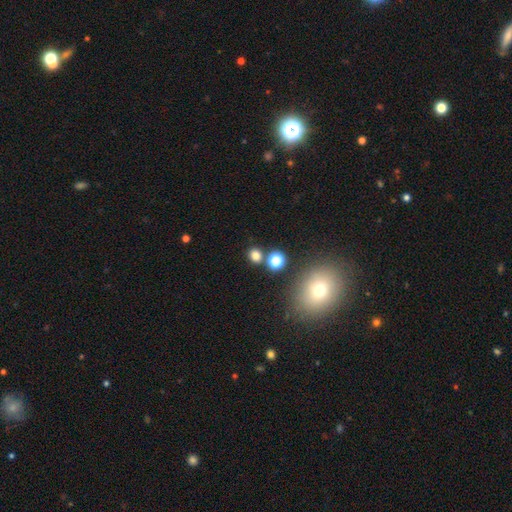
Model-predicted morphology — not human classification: Overall: smooth (76%). How rounded: round (77%). Merging: none (77%).